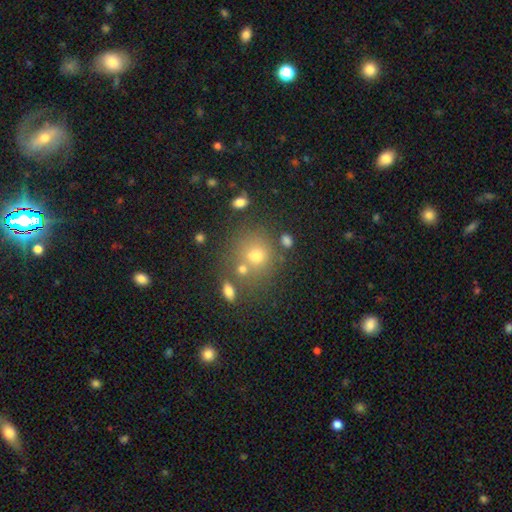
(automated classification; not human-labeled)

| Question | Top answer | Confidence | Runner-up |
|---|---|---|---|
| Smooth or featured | smooth | 67% | star or artifact (19%) |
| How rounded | round | 82% | in between (17%) |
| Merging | none | 60% | merger (22%) |